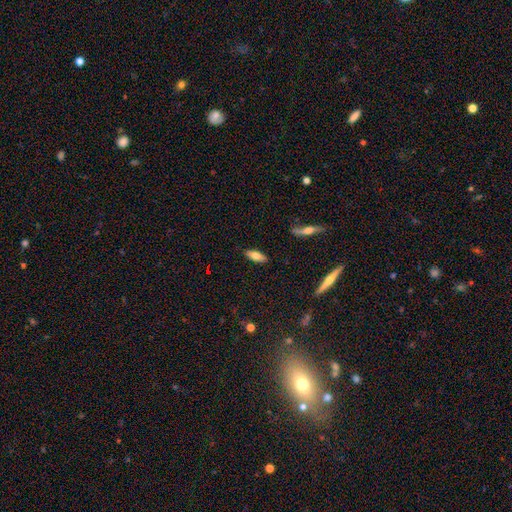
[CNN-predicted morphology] A smooth galaxy with no disk features (71%) that is in between round and cigar-shaped (67%). Merging: none (87%).